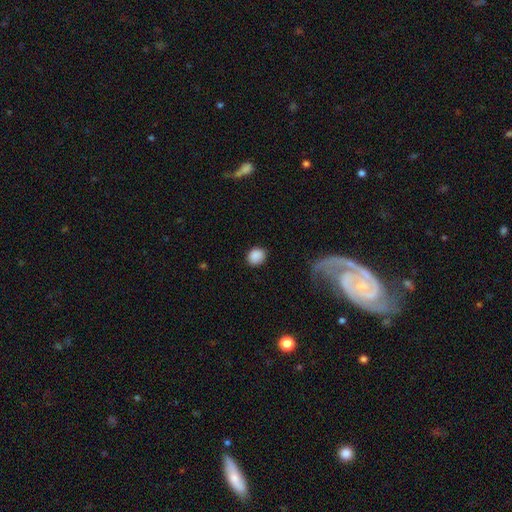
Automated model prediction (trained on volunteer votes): smooth 88%, star or artifact 8%, featured or disk 4%. Down the decision tree: how rounded — round (69%); merging — none (85%).